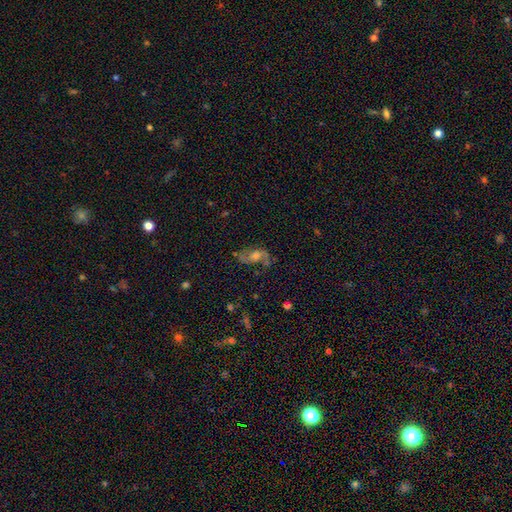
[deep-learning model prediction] A featured or disk galaxy (71%) with no bar (58%), 2 (88%) loose (49%) spiral arms (90%) and a moderate central bulge (53%). Merging: none (69%).